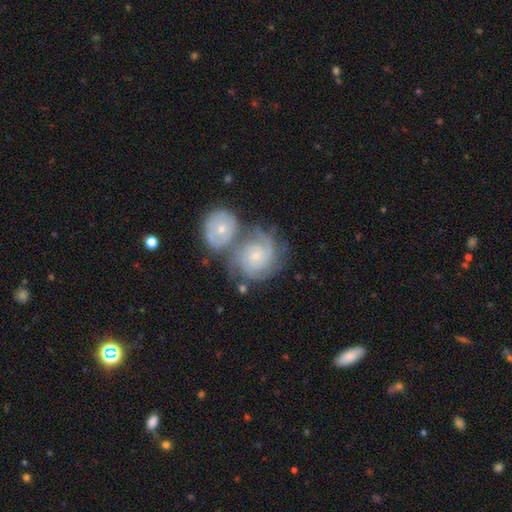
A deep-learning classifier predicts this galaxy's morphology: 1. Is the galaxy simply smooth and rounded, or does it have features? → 73% featured or disk, 20% smooth, 7% star or artifact.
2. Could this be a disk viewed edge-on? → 97% no, 3% yes.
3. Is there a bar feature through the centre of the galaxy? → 77% no, 20% weak, 4% strong.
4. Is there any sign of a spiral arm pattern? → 91% yes, 9% no.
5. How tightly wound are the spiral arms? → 63% tight, 29% medium, 8% loose.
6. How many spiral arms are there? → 35% can't tell, 25% 3, 21% 2, 9% 4, 5% 1, 5% more than 4.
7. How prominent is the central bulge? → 72% small, 22% moderate, 3% none, 2% large, 1% dominant.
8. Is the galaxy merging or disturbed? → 46% merger, 35% none, 12% minor disturbance, 7% major disturbance.